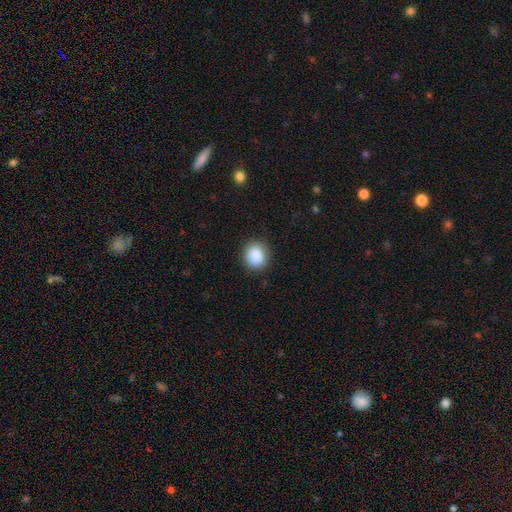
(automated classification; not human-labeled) A smooth galaxy with no disk features (88%) that is round (74%). Merging: none (86%).